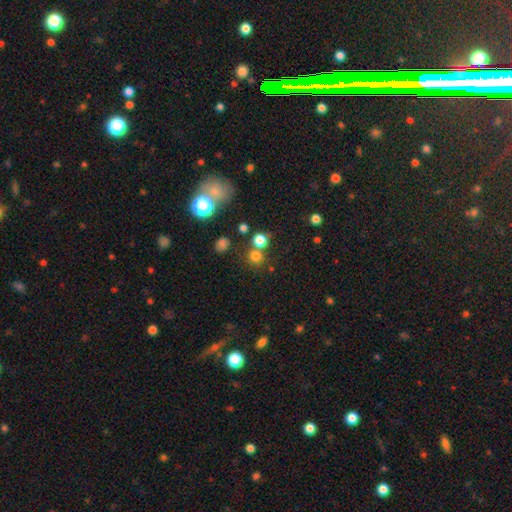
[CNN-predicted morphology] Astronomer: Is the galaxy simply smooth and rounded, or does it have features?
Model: smooth — 73%.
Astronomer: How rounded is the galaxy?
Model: round — 90%.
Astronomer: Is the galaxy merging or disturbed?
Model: none — 68%.